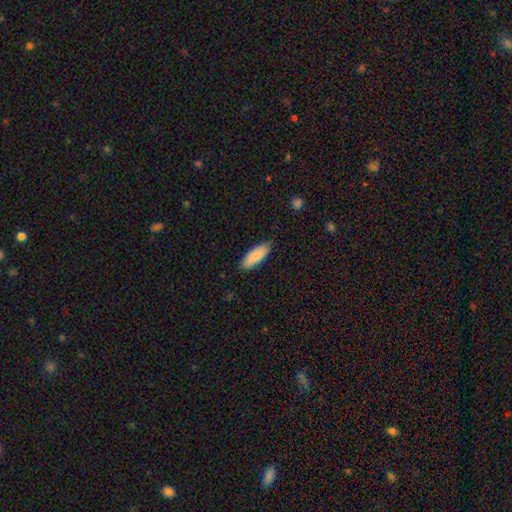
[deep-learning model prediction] Smooth or featured? Predicted: smooth (p=0.85). How rounded? Predicted: in between (p=0.68). Merging? Predicted: none (p=0.81).